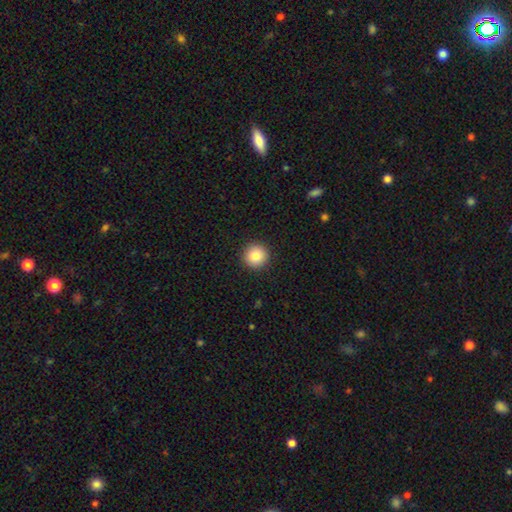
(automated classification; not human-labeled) Smooth or featured? Predicted: smooth (p=0.85). How rounded? Predicted: round (p=0.96). Merging? Predicted: none (p=0.93).